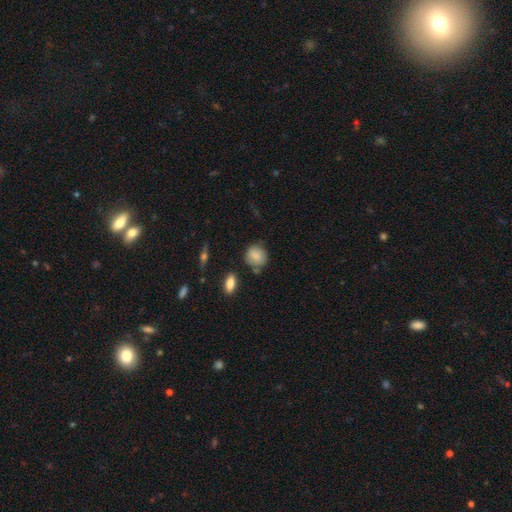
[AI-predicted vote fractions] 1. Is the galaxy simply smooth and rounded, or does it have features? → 83% smooth, 9% featured or disk, 8% star or artifact.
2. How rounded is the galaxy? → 80% round, 19% in between, 1% cigar-shaped.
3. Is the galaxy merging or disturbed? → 67% none, 21% minor disturbance, 6% merger, 5% major disturbance.